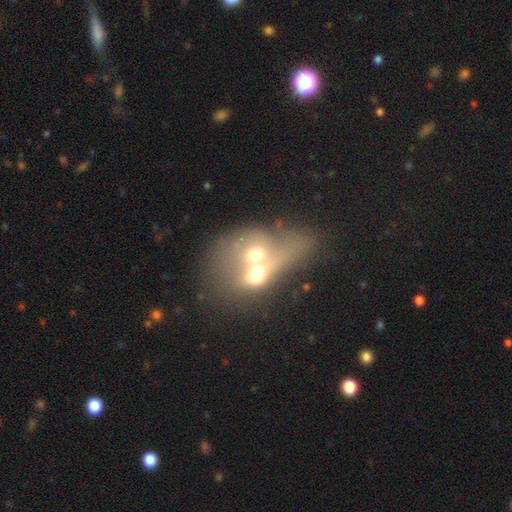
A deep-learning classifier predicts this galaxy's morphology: Q: Smooth or featured?
A: smooth (51%); runner-up: featured or disk (36%)
Q: How rounded?
A: in between (52%); runner-up: round (45%)
Q: Merging?
A: merger (80%); runner-up: none (8%)